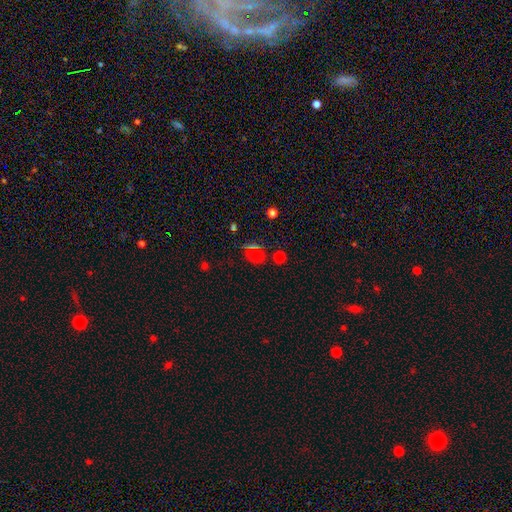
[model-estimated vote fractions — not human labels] Morphology: type=smooth (60%); roundness=round (65%); merging=none (71%).